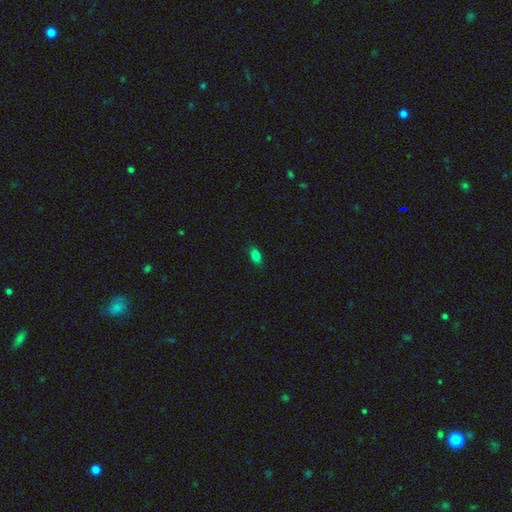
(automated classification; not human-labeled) A smooth galaxy with no disk features (82%) that is in between round and cigar-shaped (87%). Merging: none (87%).